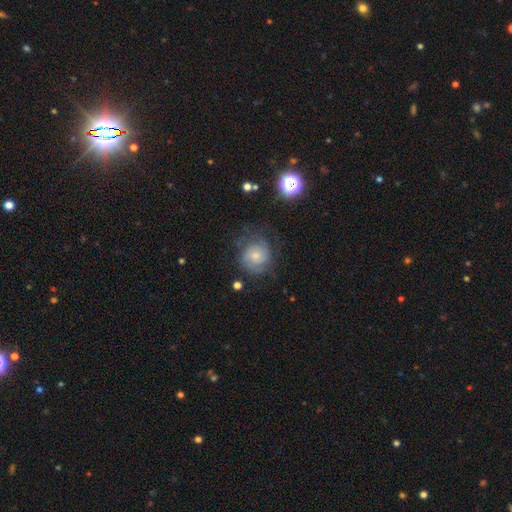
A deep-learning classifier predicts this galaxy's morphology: featured or disk 48%, smooth 42%, star or artifact 10%. Down the decision tree: merging — none (58%).